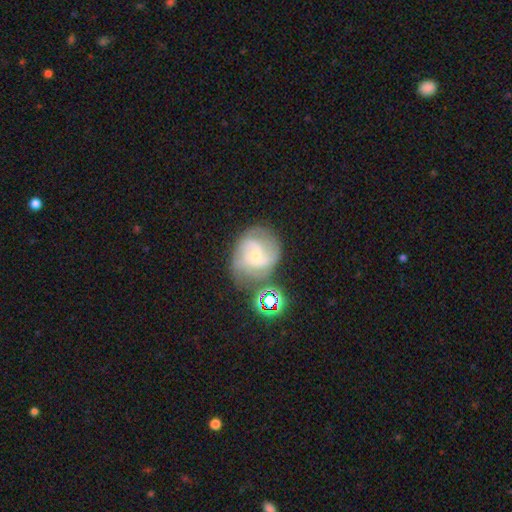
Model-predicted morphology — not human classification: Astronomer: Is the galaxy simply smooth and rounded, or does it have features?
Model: featured or disk — 75%.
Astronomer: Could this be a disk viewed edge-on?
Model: no — 98%.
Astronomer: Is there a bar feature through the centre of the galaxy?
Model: weak — 46% (runner-up: no, 44%).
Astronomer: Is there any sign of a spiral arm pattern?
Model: yes — 93%.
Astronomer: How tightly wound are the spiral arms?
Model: medium — 45% (runner-up: tight, 41%).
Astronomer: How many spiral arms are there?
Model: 2 — 51%.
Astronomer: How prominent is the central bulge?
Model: small — 70%.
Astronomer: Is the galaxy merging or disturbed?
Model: none — 52%.